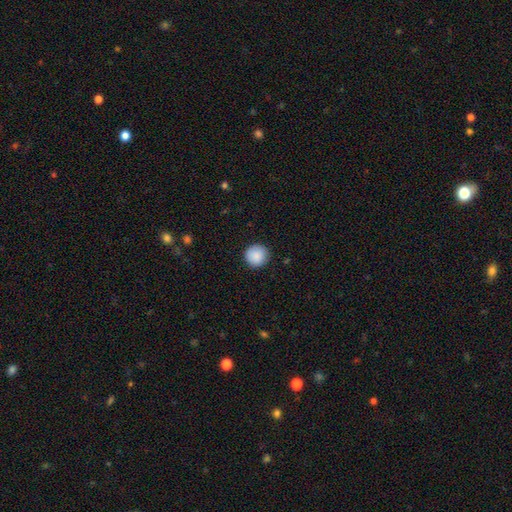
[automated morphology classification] Overall: smooth (89%). How rounded: round (95%). Merging: none (91%).